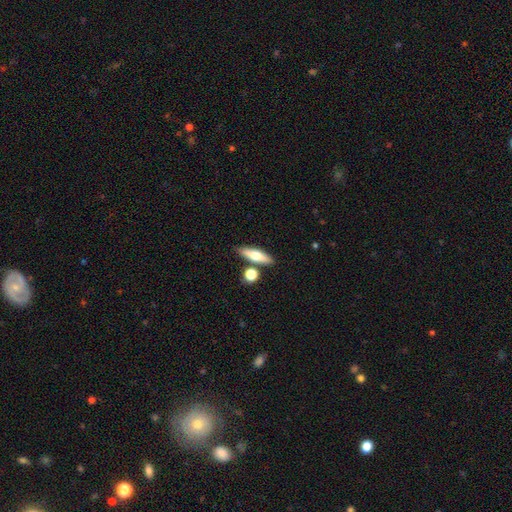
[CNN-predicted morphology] A smooth galaxy with no disk features (60%) that is cigar-shaped (58%).

Vote fractions:
- Smooth or featured? smooth: 60% / featured or disk: 33% / star or artifact: 7%
- How rounded? cigar-shaped: 58% / in between: 36% / round: 6%
- Merging? none: 75% / merger: 12% / minor disturbance: 10% / major disturbance: 3%